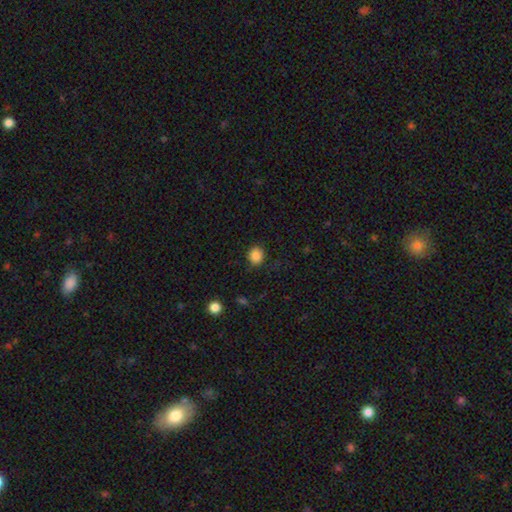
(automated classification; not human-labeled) Smooth or featured?
  - smooth: 86% *
  - star or artifact: 10%
  - featured or disk: 4%
How rounded?
  - round: 82% *
  - in between: 18%
  - cigar-shaped: 1%
Merging?
  - none: 85% *
  - minor disturbance: 11%
  - major disturbance: 3%
  - merger: 1%